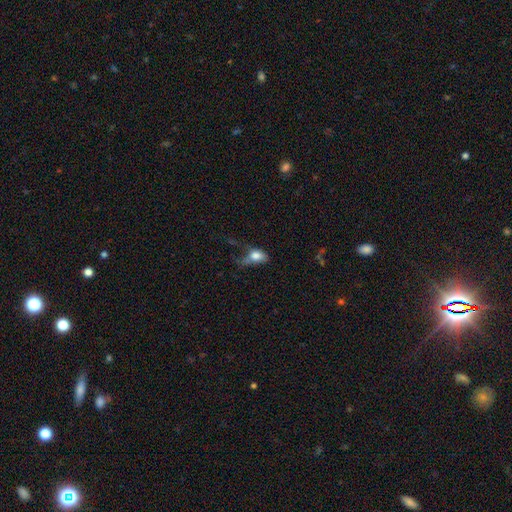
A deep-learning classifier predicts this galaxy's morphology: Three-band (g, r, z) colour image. It shows a smooth galaxy with no disk features (75%) that is in between round and cigar-shaped (82%). Merging: major disturbance (41%).